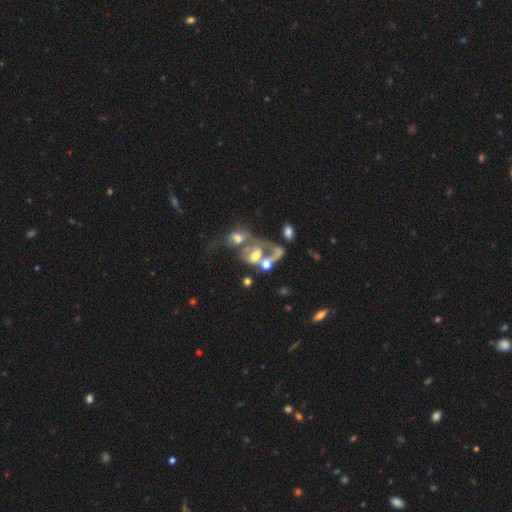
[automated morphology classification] This is possibly a featured or disk galaxy (58%). It is clearly not viewed edge-on (96%). Bar: likely no (66%). Spiral arm pattern: possibly no (57%). Central bulge: marginally moderate (42%). Merging: likely merger (62%).